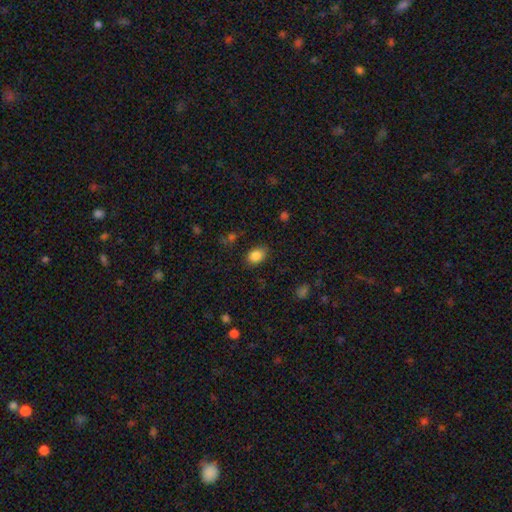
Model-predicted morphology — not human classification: Smooth or featured?
  - smooth: 85% *
  - star or artifact: 9%
  - featured or disk: 6%
How rounded?
  - in between: 74% *
  - round: 25%
  - cigar-shaped: 1%
Merging?
  - none: 77% *
  - minor disturbance: 18%
  - major disturbance: 4%
  - merger: 2%